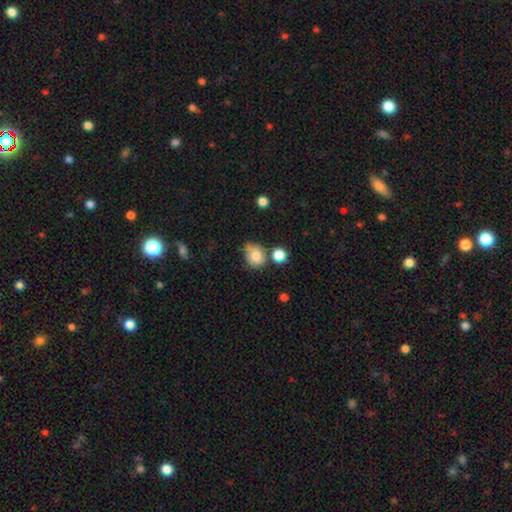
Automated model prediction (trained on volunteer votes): smooth-or-featured: smooth: 76% | featured or disk: 13% | star or artifact: 10%
  how-rounded: round: 69% | in between: 31% | cigar-shaped: 1%
  merging: none: 50% | minor disturbance: 27% | merger: 14% | major disturbance: 8%